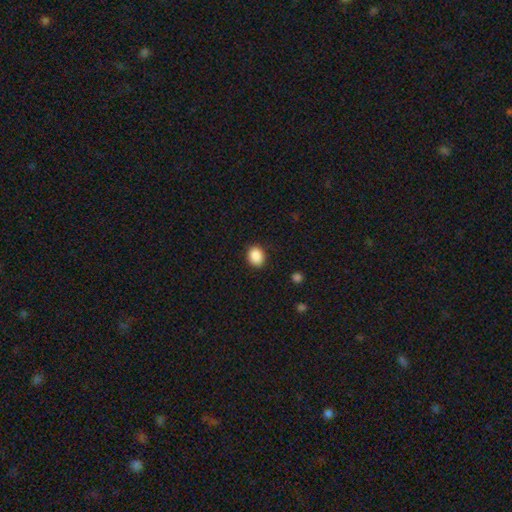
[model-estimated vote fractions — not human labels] smooth_or_featured: smooth (p=0.89) [alt: star or artifact p=0.08]
how_rounded: round (p=0.53) [alt: in between p=0.46]
merging: none (p=0.89) [alt: minor disturbance p=0.08]